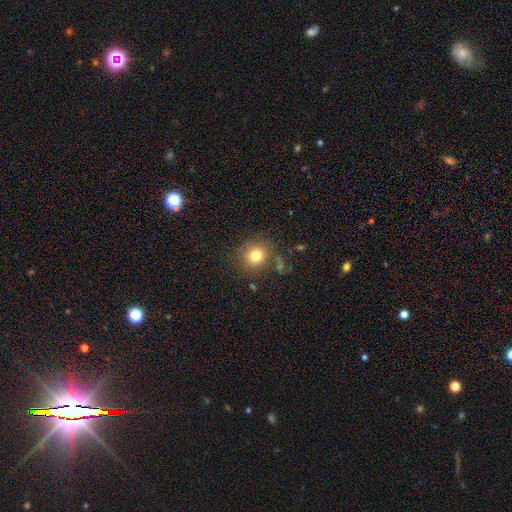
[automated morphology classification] Smooth or featured?
  - smooth: 78% *
  - star or artifact: 13%
  - featured or disk: 9%
How rounded?
  - round: 84% *
  - in between: 15%
  - cigar-shaped: 1%
Merging?
  - none: 79% *
  - minor disturbance: 12%
  - major disturbance: 5%
  - merger: 5%